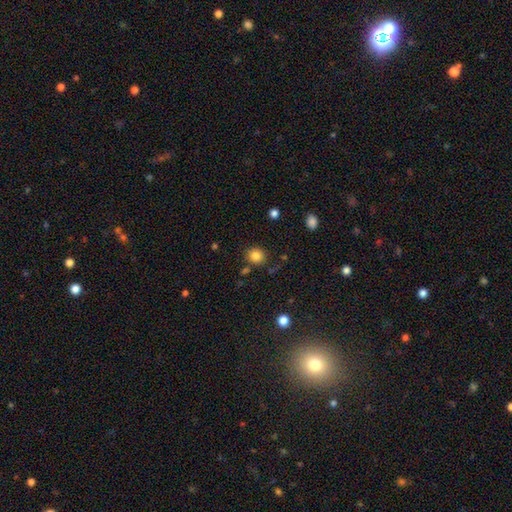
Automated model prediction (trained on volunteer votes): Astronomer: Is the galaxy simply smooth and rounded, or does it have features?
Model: smooth — 85%.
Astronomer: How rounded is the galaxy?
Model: round — 83%.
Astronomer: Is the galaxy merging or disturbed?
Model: none — 81%.